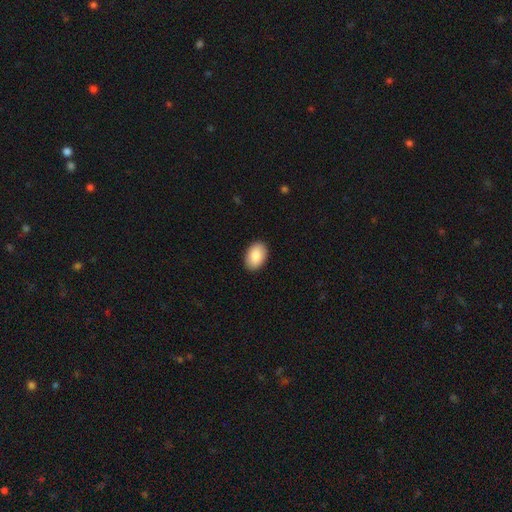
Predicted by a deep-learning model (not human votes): Smooth or featured: smooth — 88% (featured or disk — 6%)
How rounded: in between — 91% (round — 8%)
Merging: none — 91% (minor disturbance — 7%)